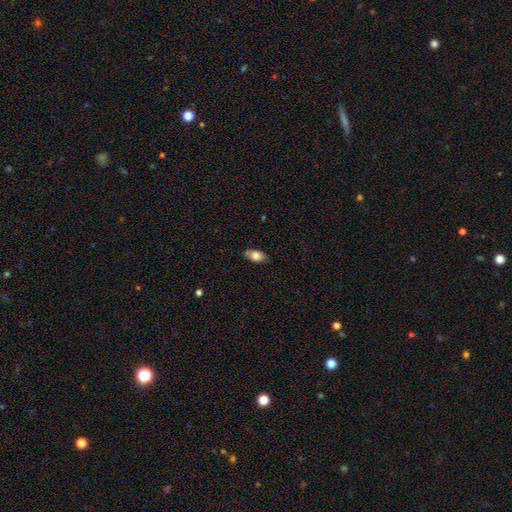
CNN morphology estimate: smooth 79%, featured or disk 13%, star or artifact 8%. Down the decision tree: how rounded — in between (90%); merging — none (77%).